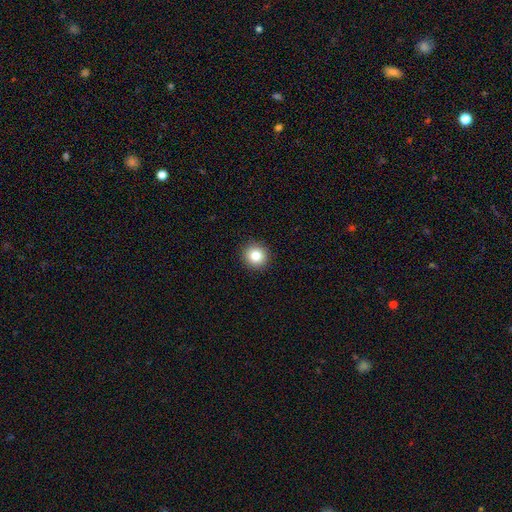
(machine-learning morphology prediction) Q: Smooth or featured?
A: smooth (81%); runner-up: star or artifact (11%)
Q: How rounded?
A: round (93%); runner-up: in between (6%)
Q: Merging?
A: none (92%); runner-up: minor disturbance (5%)